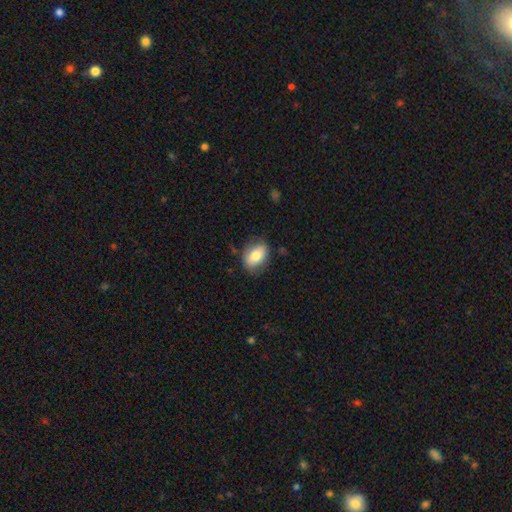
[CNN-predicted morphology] This appears to be a smooth galaxy with no disk features (78%) that is in between round and cigar-shaped (82%). Merging: none (76%).